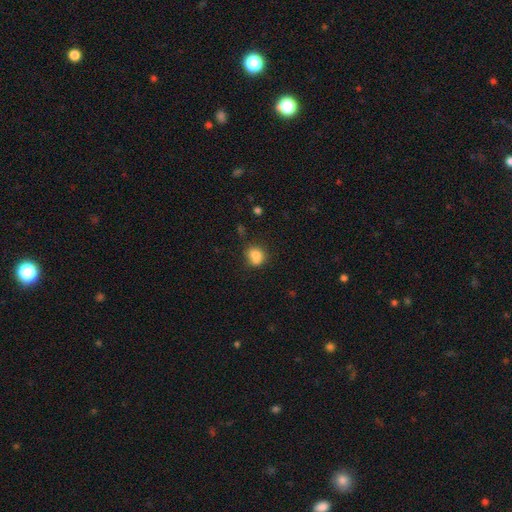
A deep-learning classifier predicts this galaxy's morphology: Smooth or featured?
  - smooth: 79% *
  - featured or disk: 11%
  - star or artifact: 11%
How rounded?
  - round: 65% *
  - in between: 34%
  - cigar-shaped: 1%
Merging?
  - none: 46% *
  - merger: 27%
  - minor disturbance: 20%
  - major disturbance: 7%